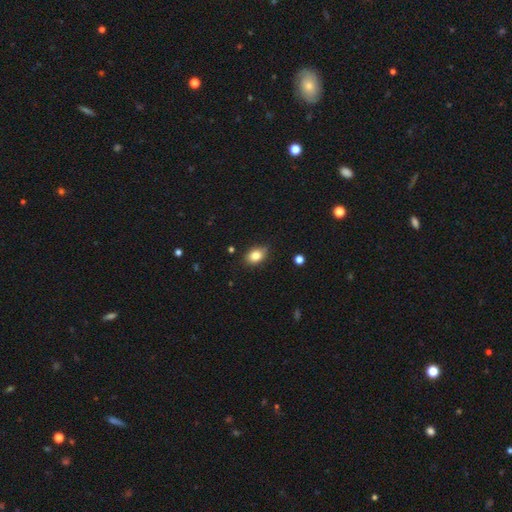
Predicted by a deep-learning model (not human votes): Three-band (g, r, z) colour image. It shows a smooth galaxy with no disk features (83%) that is in between round and cigar-shaped (74%). Merging: none (80%).